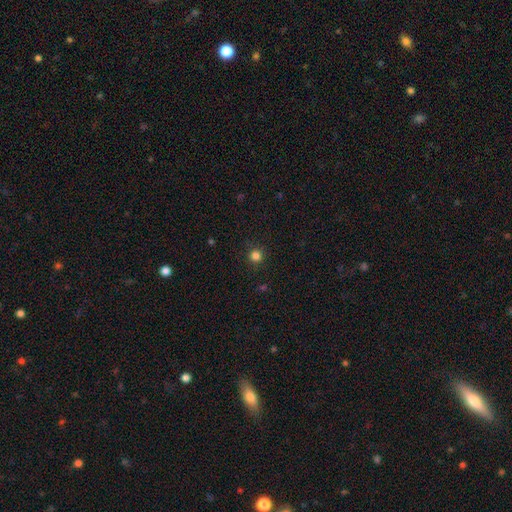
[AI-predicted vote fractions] Morphology: type=smooth (82%); roundness=round (94%); merging=none (90%).